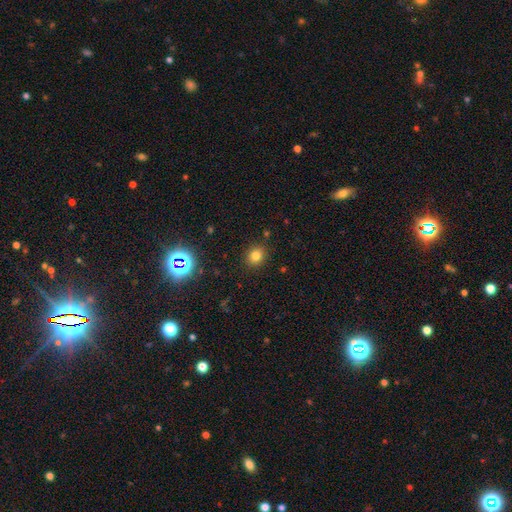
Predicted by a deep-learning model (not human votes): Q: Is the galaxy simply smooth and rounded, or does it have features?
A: smooth — 78%.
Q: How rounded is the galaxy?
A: round — 75%.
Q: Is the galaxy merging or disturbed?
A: none — 88%.